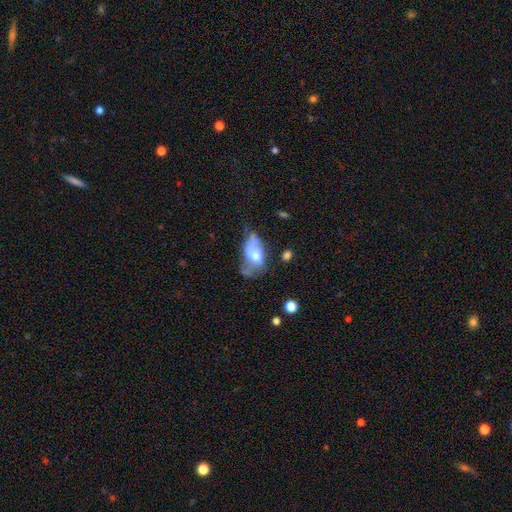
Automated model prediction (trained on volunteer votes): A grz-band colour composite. It shows a smooth galaxy with no disk features (49%). Merging: major disturbance (32%).